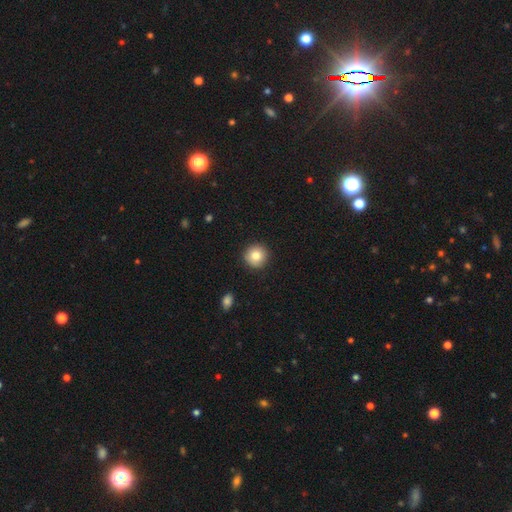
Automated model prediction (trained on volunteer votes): A smooth galaxy with no disk features (83%) that is round (95%). Merging: none (91%).